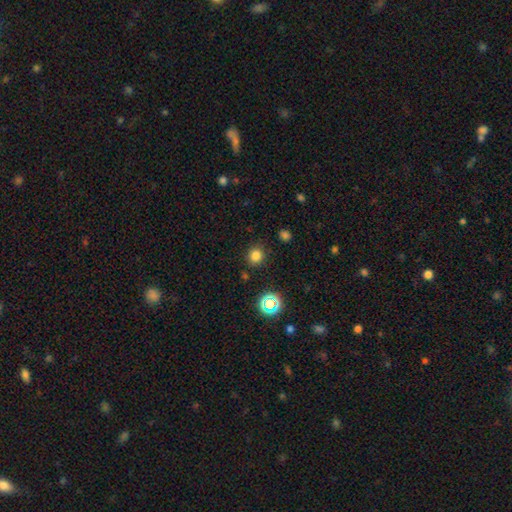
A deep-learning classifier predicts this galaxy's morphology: A smooth galaxy with no disk features (77%) that is round (88%).

Vote fractions:
- Smooth or featured? smooth: 77% / star or artifact: 18% / featured or disk: 5%
- How rounded? round: 88% / in between: 11% / cigar-shaped: 1%
- Merging? none: 86% / minor disturbance: 8% / major disturbance: 3% / merger: 3%